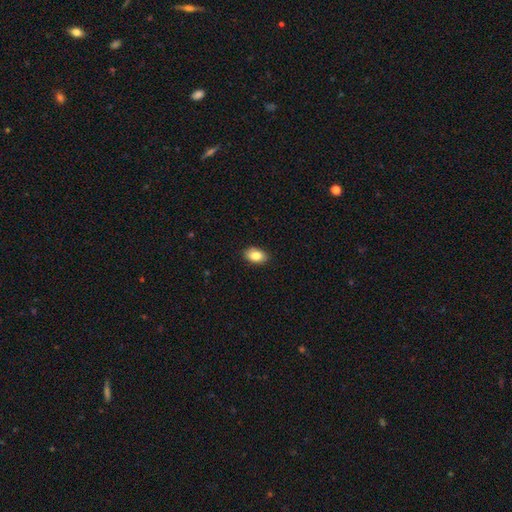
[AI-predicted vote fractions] A smooth galaxy with no disk features (85%) that is in between round and cigar-shaped (89%). Merging: none (88%).